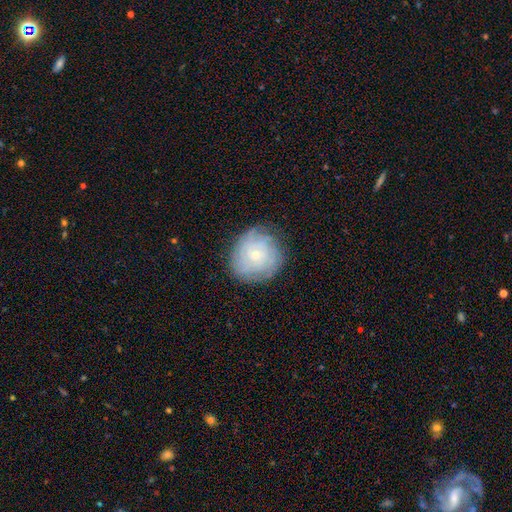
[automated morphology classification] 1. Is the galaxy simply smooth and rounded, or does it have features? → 55% featured or disk, 36% smooth, 9% star or artifact.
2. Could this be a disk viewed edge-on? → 97% no, 3% yes.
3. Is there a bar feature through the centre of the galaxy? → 83% no, 15% weak, 2% strong.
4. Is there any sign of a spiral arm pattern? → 80% yes, 20% no.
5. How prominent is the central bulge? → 73% small, 23% moderate, 2% none, 2% large, 1% dominant.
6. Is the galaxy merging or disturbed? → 77% none, 17% minor disturbance, 6% major disturbance, 1% merger.